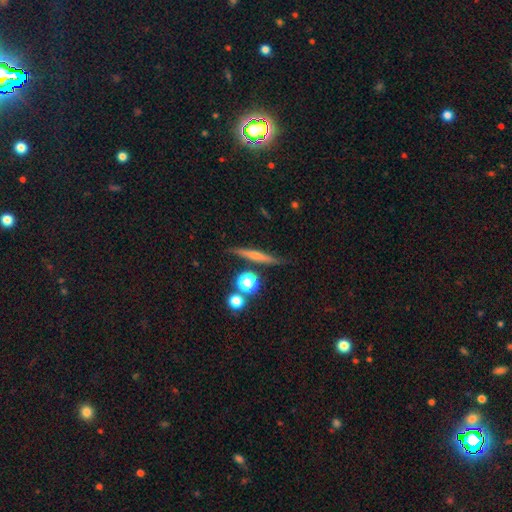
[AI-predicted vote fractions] smooth_or_featured: smooth (p=0.46) [alt: featured or disk p=0.44]
merging: none (p=0.83) [alt: minor disturbance p=0.10]